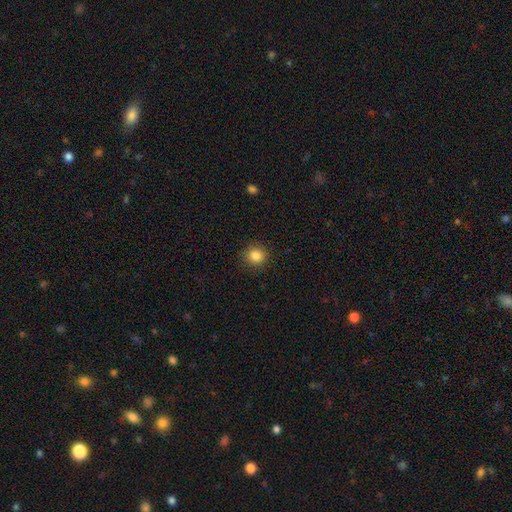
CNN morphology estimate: Overall: smooth (85%). How rounded: round (89%). Merging: none (90%).